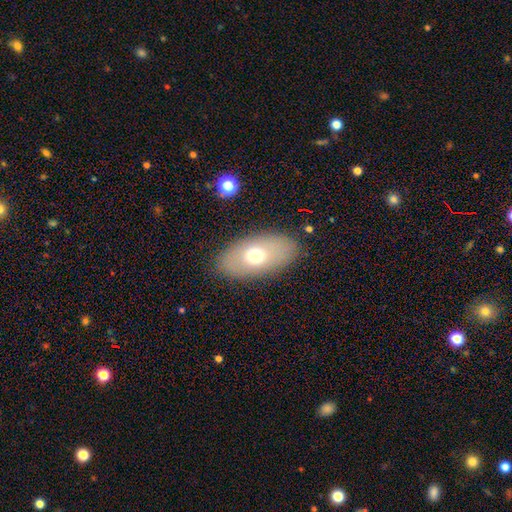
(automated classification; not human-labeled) The model was most divided on "smooth or featured": smooth: 65%, featured or disk: 27%, star or artifact: 8%. More confident: how rounded — in between (92%); merging — none (86%).